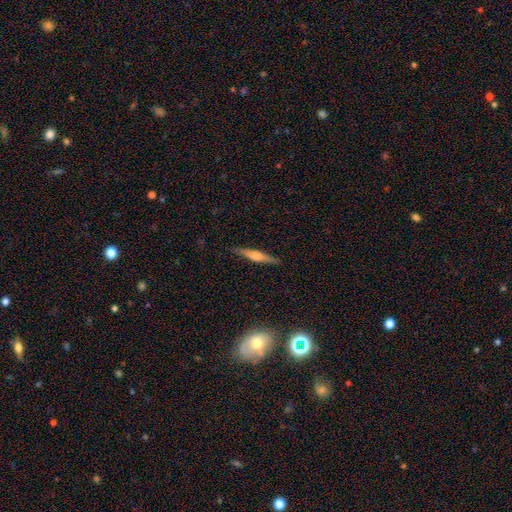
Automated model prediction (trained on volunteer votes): Smooth or featured? featured or disk (50%)
Edge-on disk? yes (96%)
Merging? none (88%)